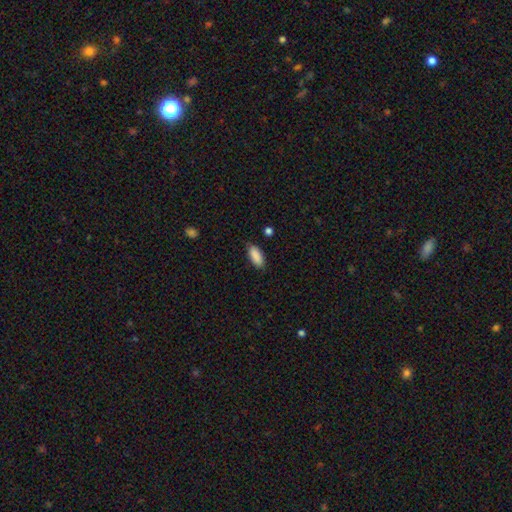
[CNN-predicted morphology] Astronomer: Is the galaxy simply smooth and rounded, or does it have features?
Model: smooth — 89%.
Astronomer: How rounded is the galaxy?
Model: in between — 85%.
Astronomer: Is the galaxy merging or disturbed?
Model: none — 83%.